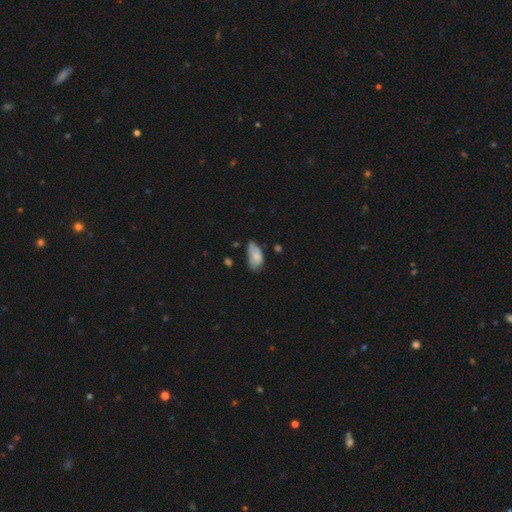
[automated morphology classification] A smooth galaxy with no disk features (76%) that is in between round and cigar-shaped (93%).

Vote fractions:
- Smooth or featured? smooth: 76% / featured or disk: 17% / star or artifact: 8%
- How rounded? in between: 93% / cigar-shaped: 4% / round: 4%
- Merging? minor disturbance: 41% (tied) / none: 41% (tied) / major disturbance: 13% / merger: 5%